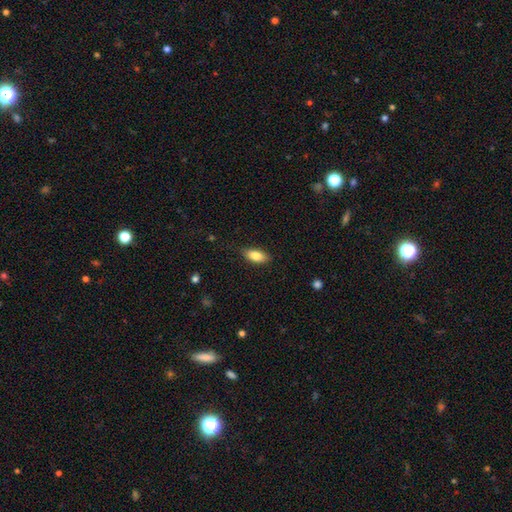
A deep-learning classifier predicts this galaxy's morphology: Smooth or featured? smooth (84%)
How rounded? in between (86%)
Merging? none (83%)